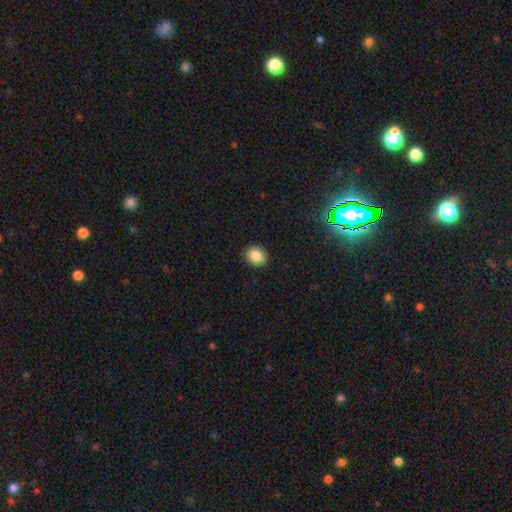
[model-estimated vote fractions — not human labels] This appears to be a smooth galaxy with no disk features (85%) that is round (67%). Merging: none (91%).